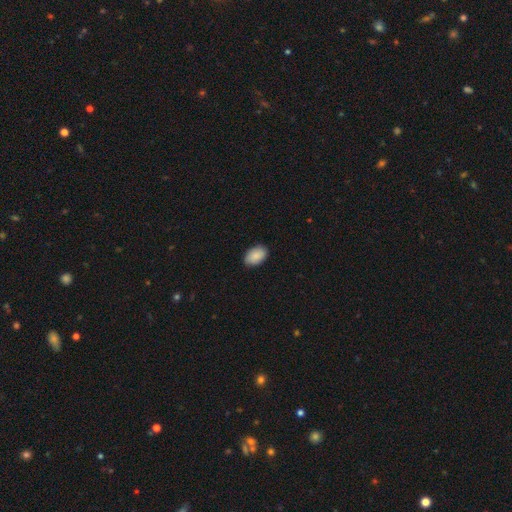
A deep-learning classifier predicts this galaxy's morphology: Q: Smooth or featured?
A: smooth (90%); runner-up: star or artifact (6%)
Q: How rounded?
A: in between (91%); runner-up: round (8%)
Q: Merging?
A: none (87%); runner-up: minor disturbance (10%)